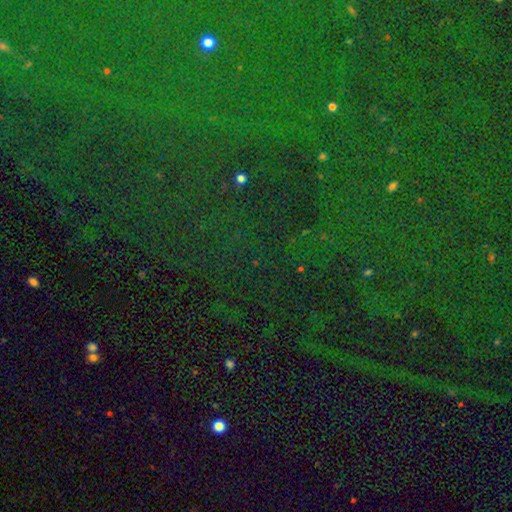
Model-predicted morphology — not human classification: smooth-or-featured: star or artifact: 83% | smooth: 9% | featured or disk: 8%